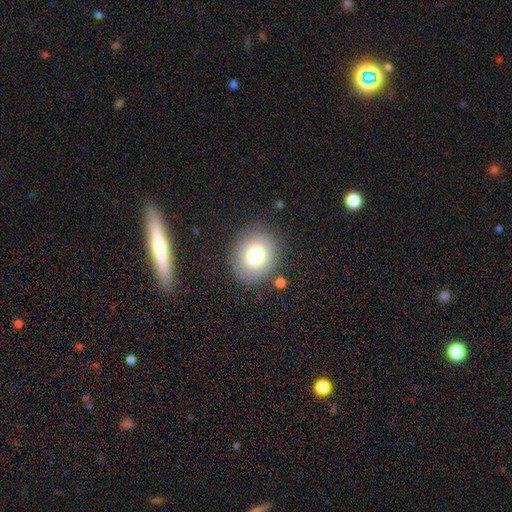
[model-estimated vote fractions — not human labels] smooth-or-featured: smooth: 77% | featured or disk: 12% | star or artifact: 11%
  how-rounded: round: 69% | in between: 30% | cigar-shaped: 1%
  merging: none: 84% | minor disturbance: 10% | major disturbance: 4% | merger: 2%